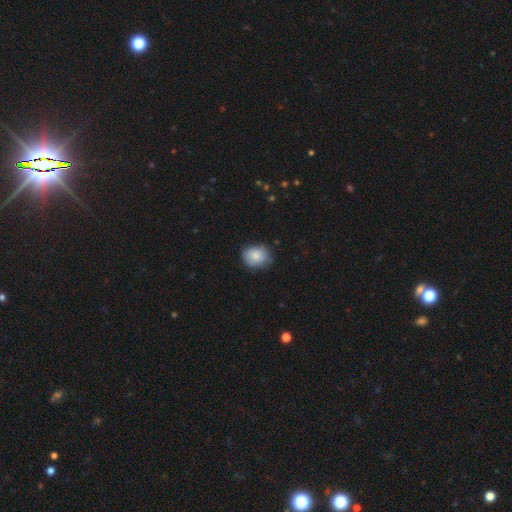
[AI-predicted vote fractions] Morphology: type=smooth (83%); roundness=round (52%); merging=none (73%).